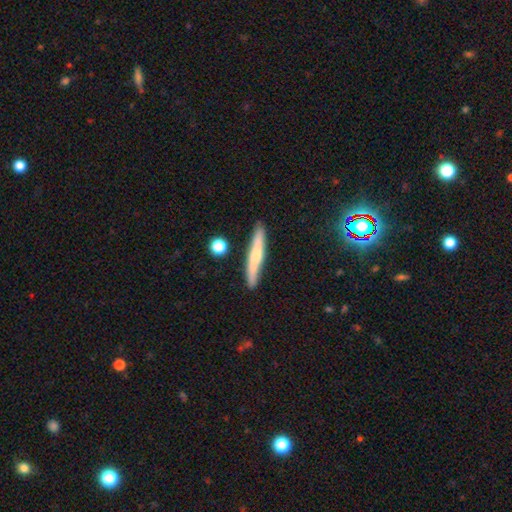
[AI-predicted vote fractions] This appears to be a smooth galaxy with no disk features (50%) that is cigar-shaped (93%). Merging: none (86%).